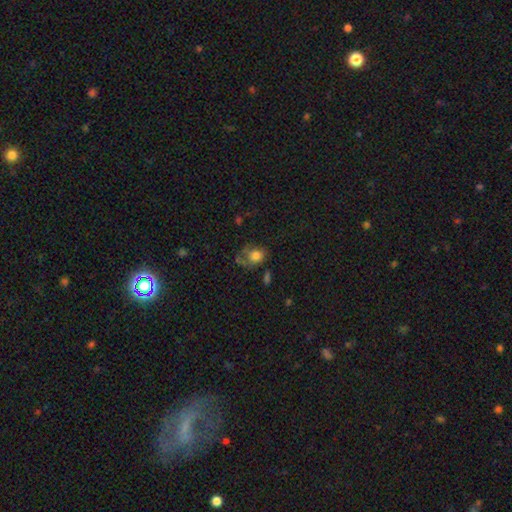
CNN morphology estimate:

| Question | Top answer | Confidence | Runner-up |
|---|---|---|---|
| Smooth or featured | smooth | 69% | featured or disk (21%) |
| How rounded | round | 52% | in between (47%) |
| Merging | none | 35% | major disturbance (33%) |